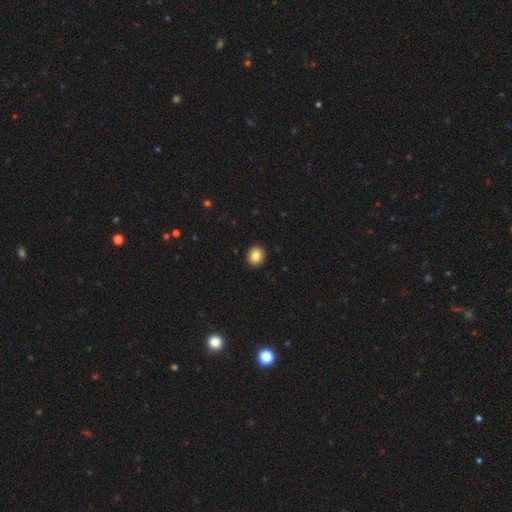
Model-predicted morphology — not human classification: smooth-or-featured: smooth: 84% | star or artifact: 9% | featured or disk: 7%
  how-rounded: round: 75% | in between: 24% | cigar-shaped: 1%
  merging: none: 93% | minor disturbance: 5% | major disturbance: 1% | merger: 1%